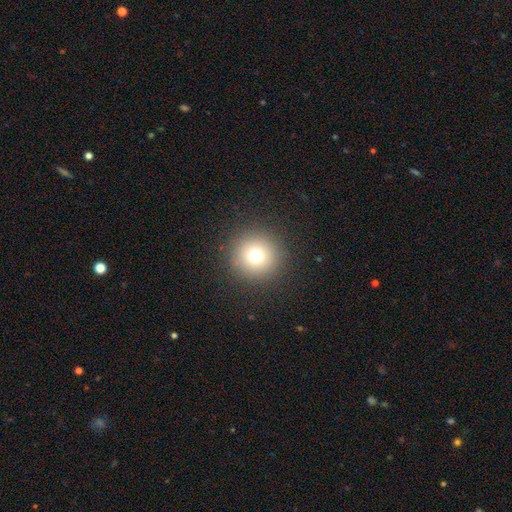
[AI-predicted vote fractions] A smooth galaxy with no disk features (74%) that is round (96%). Merging: none (91%).